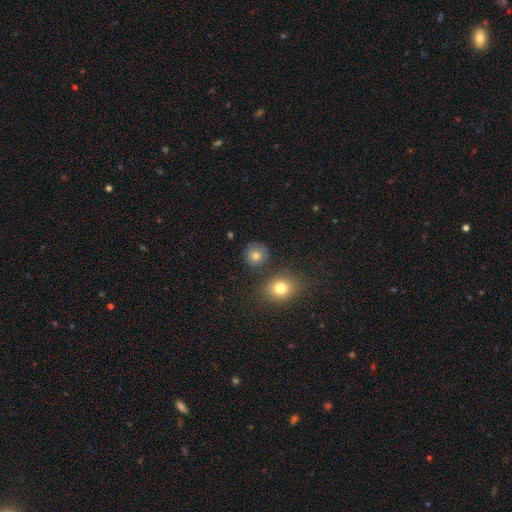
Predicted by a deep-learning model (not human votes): smooth_or_featured: smooth (p=0.78) [alt: star or artifact p=0.12]
how_rounded: round (p=0.90) [alt: in between p=0.09]
merging: none (p=0.79) [alt: minor disturbance p=0.10]